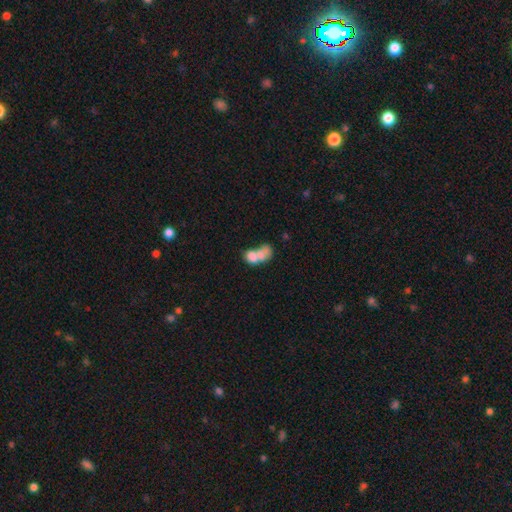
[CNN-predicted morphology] type=smooth (66%); roundness=in between (76%); merging=merger (71%).